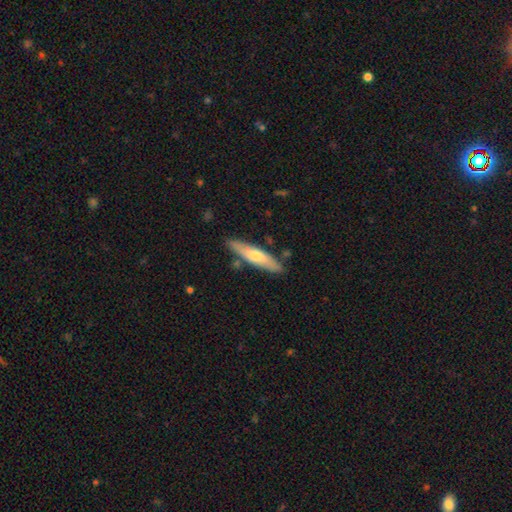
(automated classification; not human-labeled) A smooth galaxy with no disk features (55%) that is cigar-shaped (81%).

Vote fractions:
- Smooth or featured? smooth: 55% / featured or disk: 39% / star or artifact: 5%
- How rounded? cigar-shaped: 81% / in between: 17% / round: 1%
- Merging? none: 81% / minor disturbance: 13% / merger: 4% / major disturbance: 2%